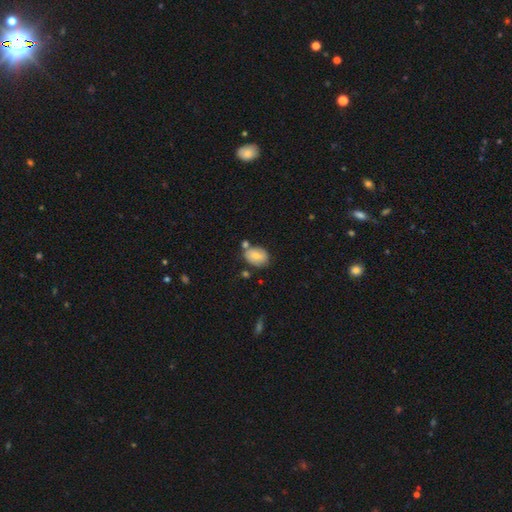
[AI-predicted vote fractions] Smooth or featured? smooth (74%)
How rounded? in between (75%)
Merging? none (63%)